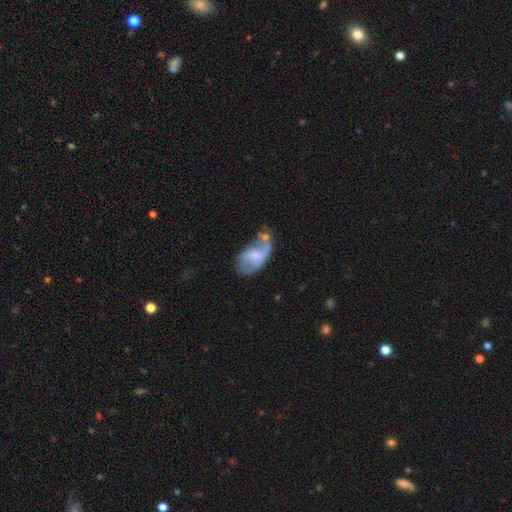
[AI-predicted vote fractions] Smooth or featured? featured or disk (56%)
Edge-on disk? no (95%)
Bar? no (54%)
Spiral arms? no (54%)
Bulge size? small (46%)
Merging? none (27%, tied with major disturbance)